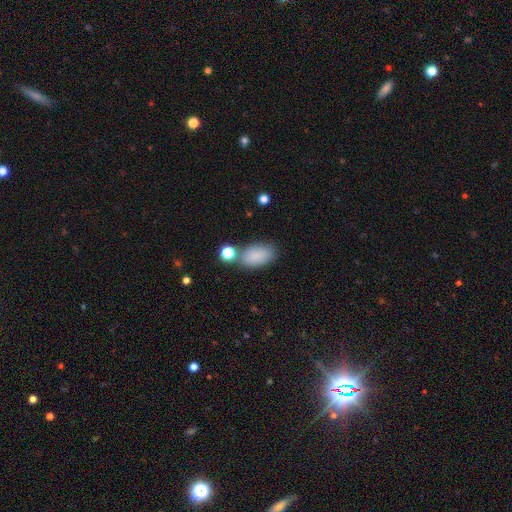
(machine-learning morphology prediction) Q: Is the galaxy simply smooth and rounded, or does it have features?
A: smooth — 86%.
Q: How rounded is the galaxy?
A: in between — 92%.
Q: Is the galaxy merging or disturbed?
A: none — 65%.